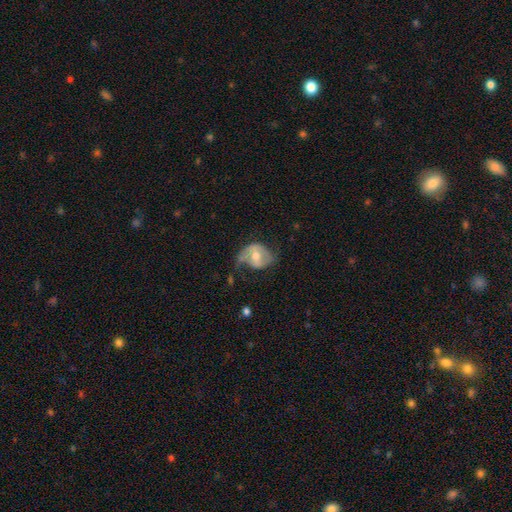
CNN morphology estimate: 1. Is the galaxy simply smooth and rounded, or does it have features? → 64% featured or disk, 29% smooth, 6% star or artifact.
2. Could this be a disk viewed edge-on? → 97% no, 3% yes.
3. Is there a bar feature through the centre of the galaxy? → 45% weak, 32% no, 23% strong.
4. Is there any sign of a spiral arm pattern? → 76% yes, 24% no.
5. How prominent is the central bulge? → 66% moderate, 25% small, 6% large, 2% none, 1% dominant.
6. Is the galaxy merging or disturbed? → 40% none, 29% minor disturbance, 28% major disturbance, 3% merger.